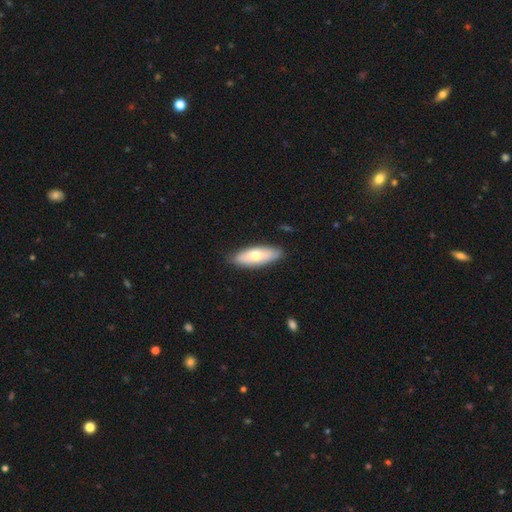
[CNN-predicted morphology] smooth_or_featured: smooth (p=0.65) [alt: featured or disk p=0.30]
how_rounded: in between (p=0.73) [alt: cigar-shaped p=0.25]
merging: none (p=0.86) [alt: minor disturbance p=0.11]